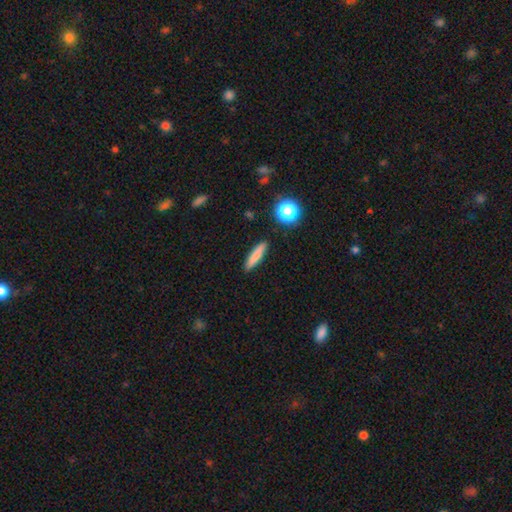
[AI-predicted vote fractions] Morphology: type=smooth (80%); roundness=cigar-shaped (85%); merging=none (89%).